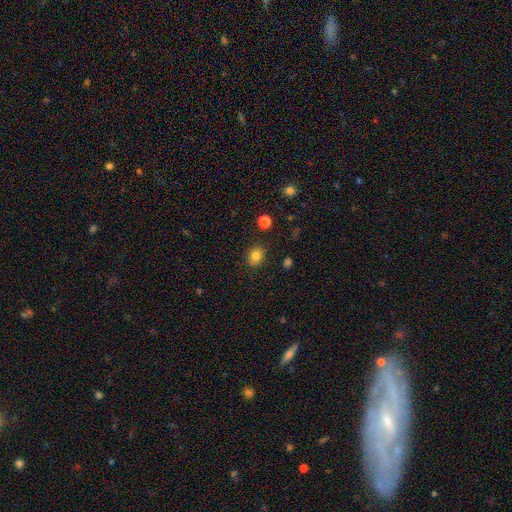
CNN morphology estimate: A smooth galaxy with no disk features (82%) that is round (53%). Merging: none (85%).